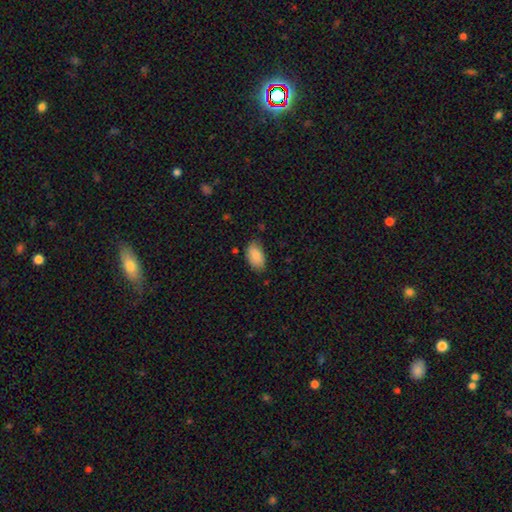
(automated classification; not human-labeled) A smooth galaxy with no disk features (85%) that is in between round and cigar-shaped (94%).

Vote fractions:
- Smooth or featured? smooth: 85% / featured or disk: 8% / star or artifact: 7%
- How rounded? in between: 94% / round: 5% / cigar-shaped: 2%
- Merging? none: 74% / minor disturbance: 21% / major disturbance: 3% / merger: 2%